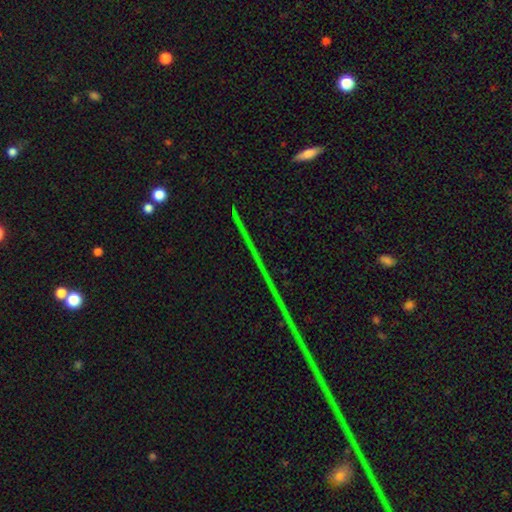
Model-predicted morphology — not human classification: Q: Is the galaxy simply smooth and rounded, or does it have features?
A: star or artifact — 82%.